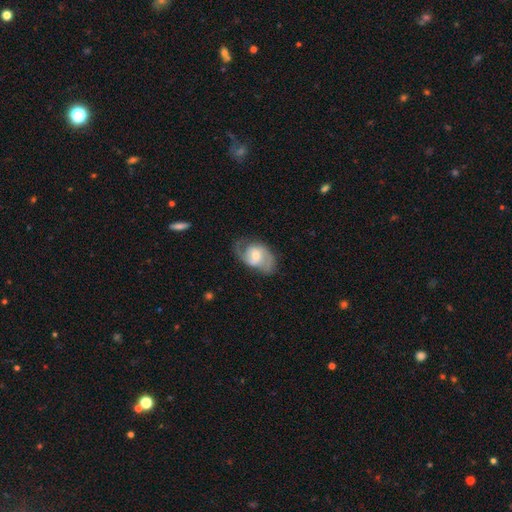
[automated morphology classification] This appears to be a featured or disk galaxy (76%) with a weak bar (46%), 2 (83%) medium (51%) spiral arms (91%) and a moderate central bulge (52%). Merging: none (68%).